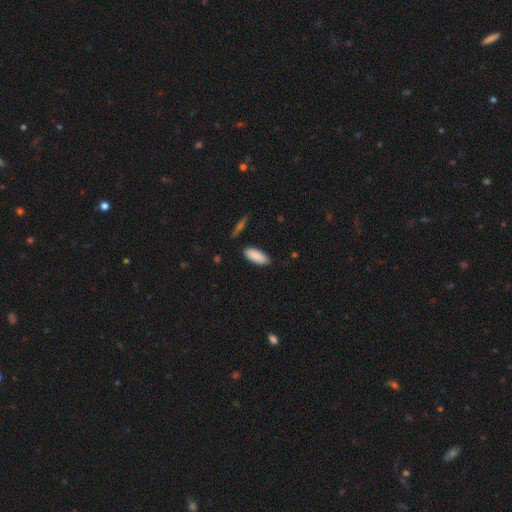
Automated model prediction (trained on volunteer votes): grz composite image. It shows a smooth galaxy with no disk features (89%) that is in between round and cigar-shaped (79%). Merging: none (85%).